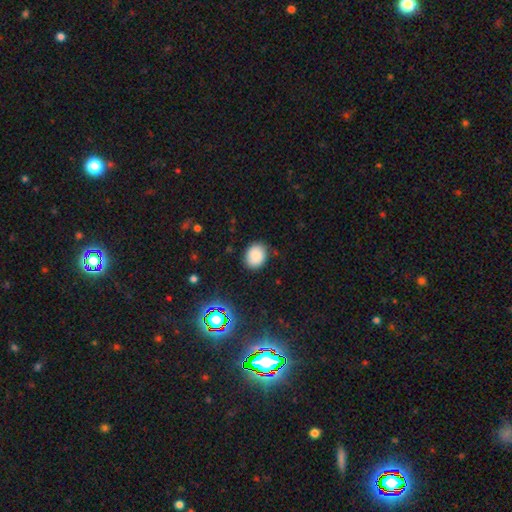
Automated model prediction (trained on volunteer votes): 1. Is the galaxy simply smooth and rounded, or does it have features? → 86% smooth, 10% star or artifact, 4% featured or disk.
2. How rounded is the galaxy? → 57% round, 42% in between, 1% cigar-shaped.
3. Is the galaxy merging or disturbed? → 82% none, 13% minor disturbance, 3% major disturbance, 1% merger.